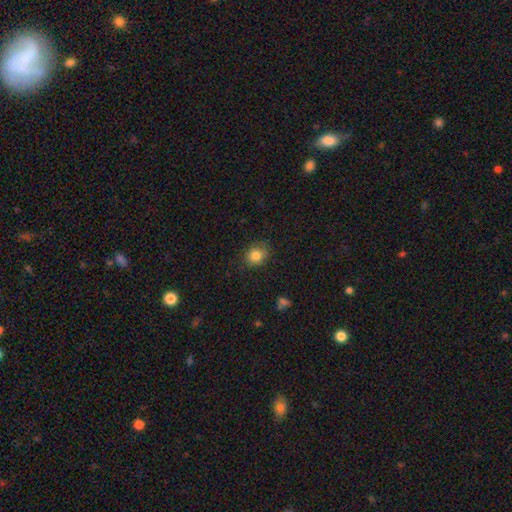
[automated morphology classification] Overall: smooth (84%). How rounded: round (66%; in between 33%). Merging: none (81%).